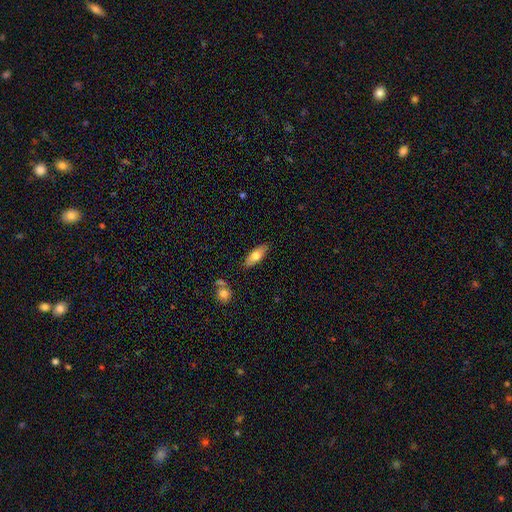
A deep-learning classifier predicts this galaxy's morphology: smooth_or_featured: smooth (p=0.69) [alt: featured or disk p=0.24]
how_rounded: in between (p=0.72) [alt: cigar-shaped p=0.25]
merging: none (p=0.84) [alt: minor disturbance p=0.11]